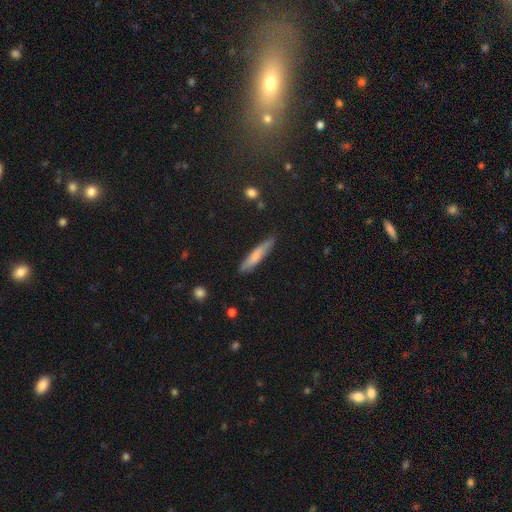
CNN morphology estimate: A smooth galaxy with no disk features (72%) that is cigar-shaped (88%). Merging: none (83%).